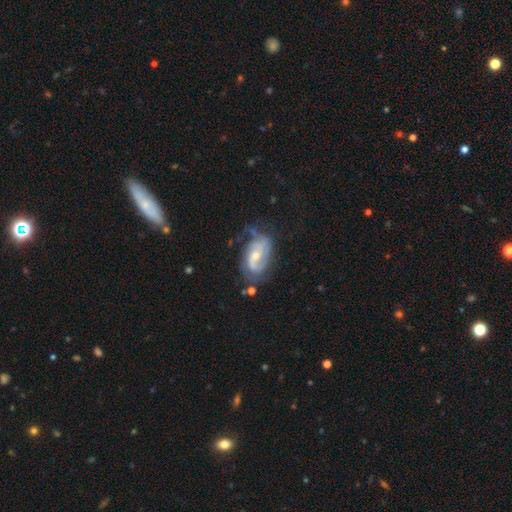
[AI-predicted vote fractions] Smooth or featured? Predicted: featured or disk (p=0.81). Edge-on disk? Predicted: no (p=0.97). Bar? Predicted: no (p=0.47). Spiral arms? Predicted: yes (p=0.92). Spiral winding? Predicted: medium (p=0.44). Spiral arm count? Predicted: 2 (p=0.62). Bulge size? Predicted: small (p=0.47, tied with moderate). Merging? Predicted: none (p=0.52).